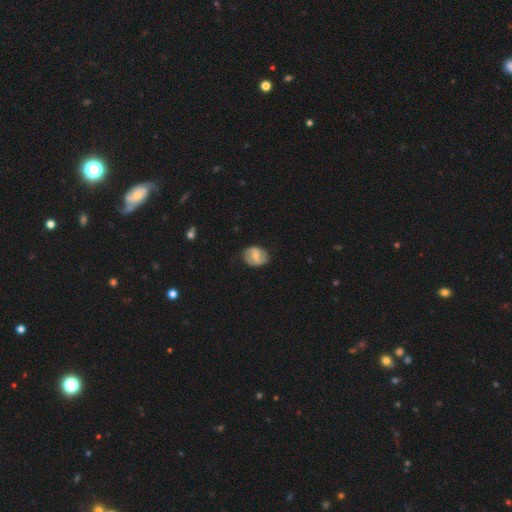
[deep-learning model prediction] featured or disk 47%, smooth 46%, star or artifact 6%. Down the decision tree: merging — none (79%).